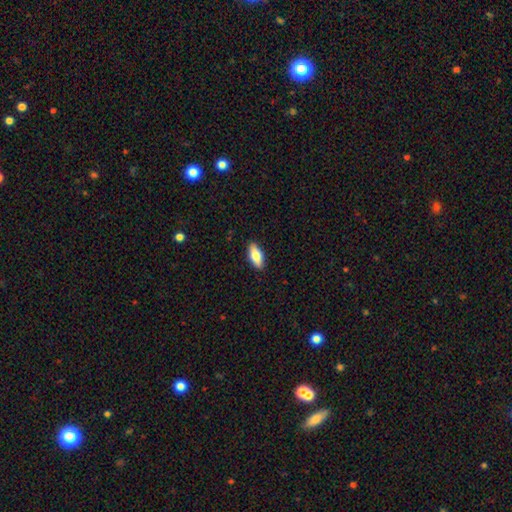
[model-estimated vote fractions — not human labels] smooth 73%, featured or disk 21%, star or artifact 6%. Down the decision tree: how rounded — in between (79%); merging — none (89%).